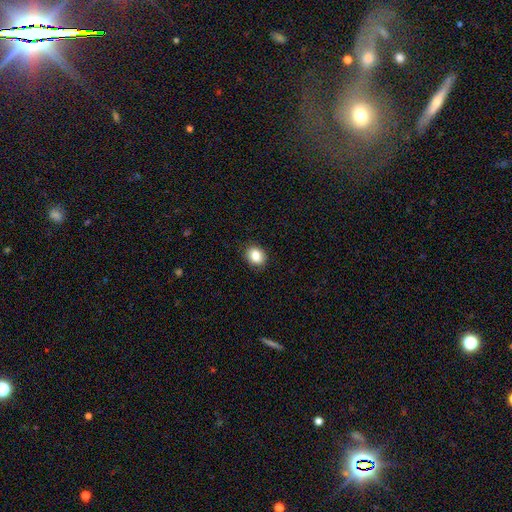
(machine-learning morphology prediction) Smooth or featured?
  - smooth: 86% *
  - star or artifact: 9%
  - featured or disk: 5%
How rounded?
  - round: 51% *
  - in between: 48%
  - cigar-shaped: 1%
Merging?
  - none: 88% *
  - minor disturbance: 9%
  - major disturbance: 2%
  - merger: 1%